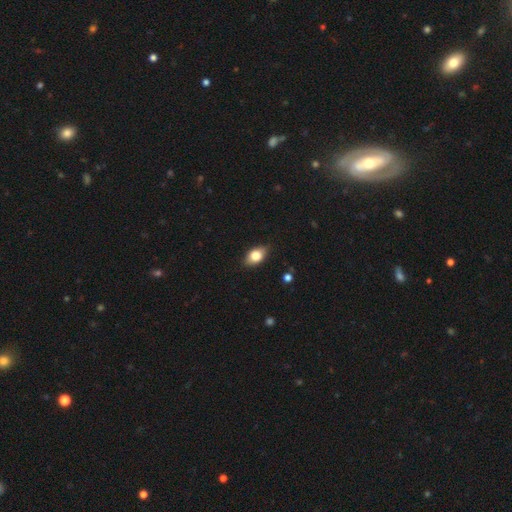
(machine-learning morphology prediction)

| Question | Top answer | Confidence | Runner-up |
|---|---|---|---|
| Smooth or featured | smooth | 76% | featured or disk (16%) |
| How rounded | in between | 83% | round (14%) |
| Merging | none | 82% | minor disturbance (14%) |